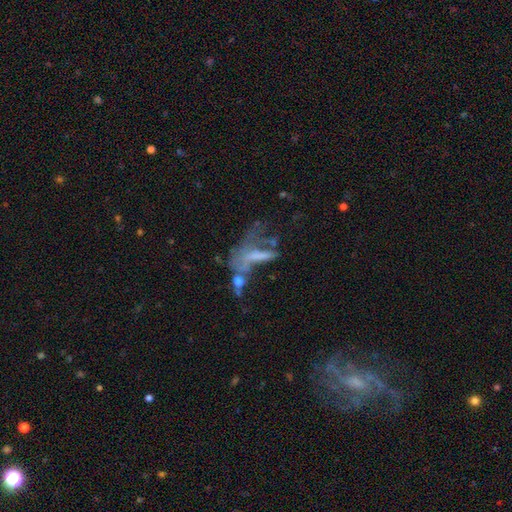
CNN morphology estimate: The model was most divided on "merging": major disturbance: 39%, merger: 34%, none: 16%, minor disturbance: 11%. Remaining: smooth or featured — featured or disk (47%).